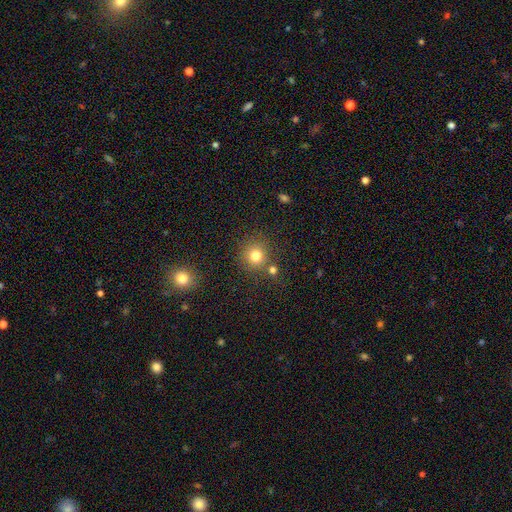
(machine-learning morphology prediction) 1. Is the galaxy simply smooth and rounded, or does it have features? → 79% smooth, 14% star or artifact, 7% featured or disk.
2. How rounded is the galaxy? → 91% round, 8% in between, 1% cigar-shaped.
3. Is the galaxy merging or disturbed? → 75% none, 12% merger, 9% minor disturbance, 4% major disturbance.